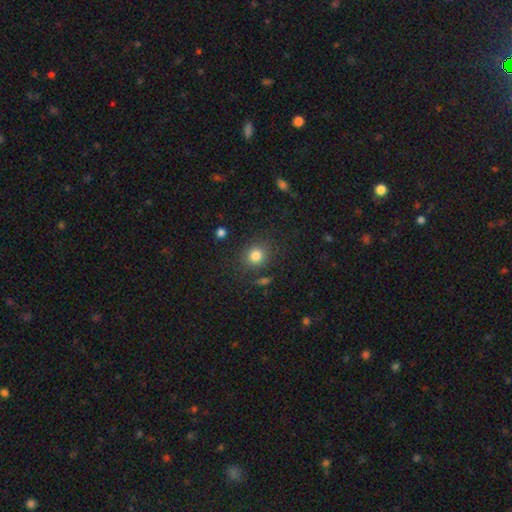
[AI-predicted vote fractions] The model was most divided on "how rounded": round: 80%, in between: 19%, cigar-shaped: 1%. More confident: merging — none (83%); smooth or featured — smooth (82%).